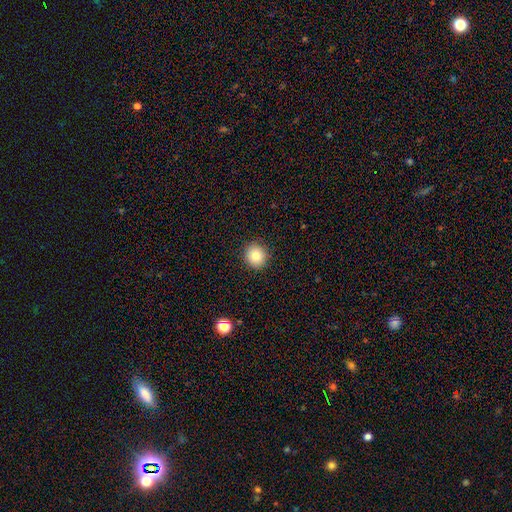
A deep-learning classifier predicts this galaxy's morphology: A smooth galaxy with no disk features (82%) that is round (89%). Merging: none (91%).